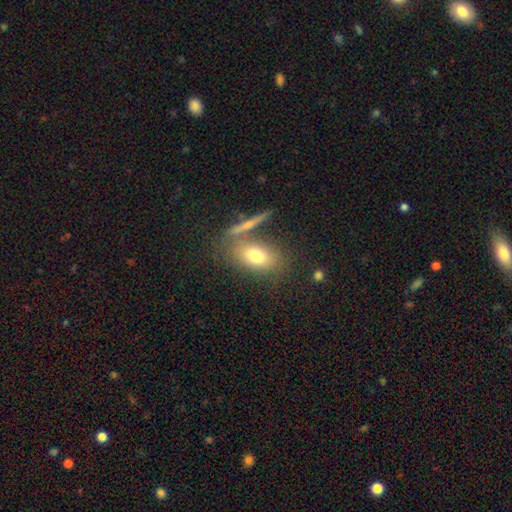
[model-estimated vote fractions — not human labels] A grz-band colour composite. It shows a smooth galaxy with no disk features (72%) that is in between round and cigar-shaped (79%). Merging: none (62%).